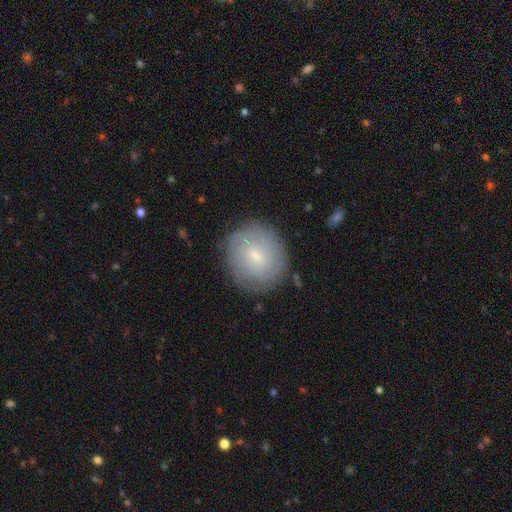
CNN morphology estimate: smooth 52%, featured or disk 39%, star or artifact 9%. Down the decision tree: how rounded — round (86%); merging — none (85%).